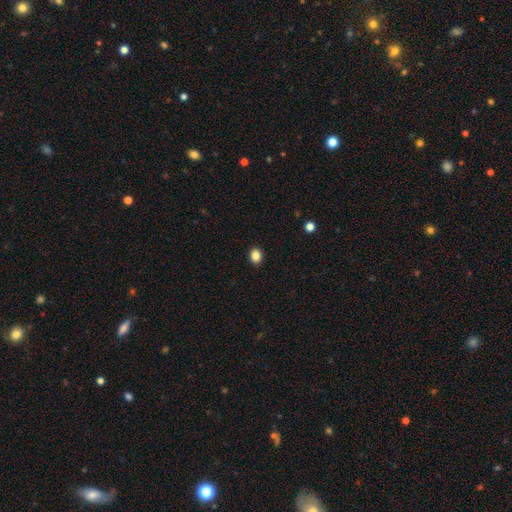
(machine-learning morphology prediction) A smooth galaxy with no disk features (86%) that is in between round and cigar-shaped (50%).

Vote fractions:
- Smooth or featured? smooth: 86% / star or artifact: 10% / featured or disk: 4%
- How rounded? in between: 50% / round: 49% / cigar-shaped: 1%
- Merging? none: 91% / minor disturbance: 6% / major disturbance: 2% / merger: 1%